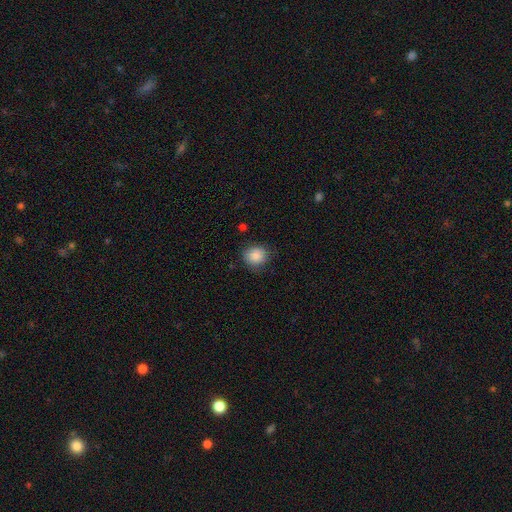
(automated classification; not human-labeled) The model was most divided on "how rounded": round: 82%, in between: 17%, cigar-shaped: 1%. More confident: smooth or featured — smooth (87%); merging — none (82%).